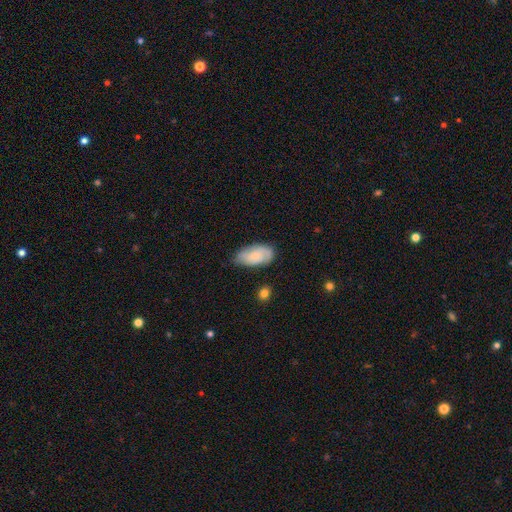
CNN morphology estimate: Smooth or featured?
  - smooth: 67% *
  - featured or disk: 26%
  - star or artifact: 7%
How rounded?
  - in between: 93% *
  - cigar-shaped: 3%
  - round: 3%
Merging?
  - none: 61% *
  - minor disturbance: 31%
  - major disturbance: 6%
  - merger: 2%